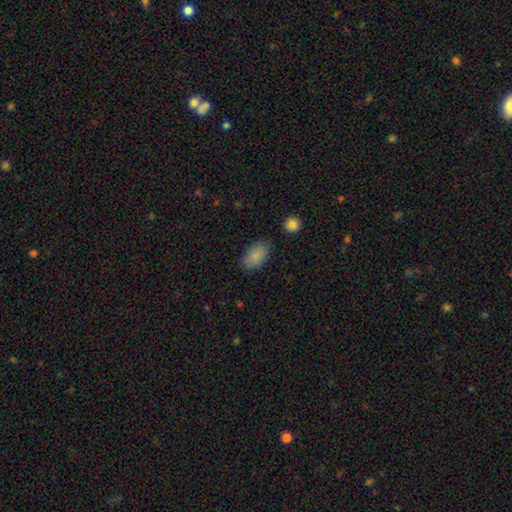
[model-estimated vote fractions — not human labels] A smooth galaxy with no disk features (87%) that is in between round and cigar-shaped (93%).

Vote fractions:
- Smooth or featured? smooth: 87% / star or artifact: 7% / featured or disk: 6%
- How rounded? in between: 93% / round: 6% / cigar-shaped: 2%
- Merging? none: 81% / minor disturbance: 14% / major disturbance: 3% / merger: 3%